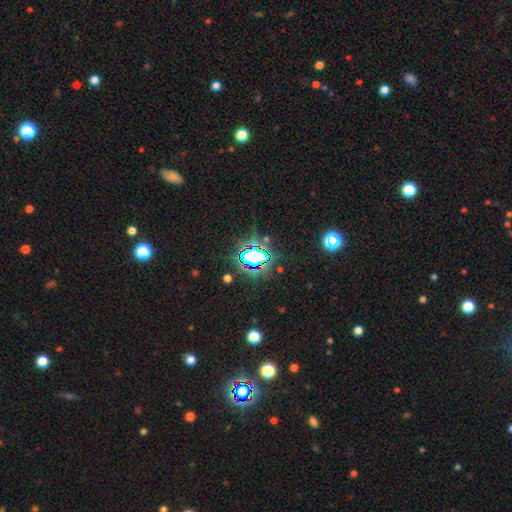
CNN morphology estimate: A star or artifact, not a galaxy (68%).